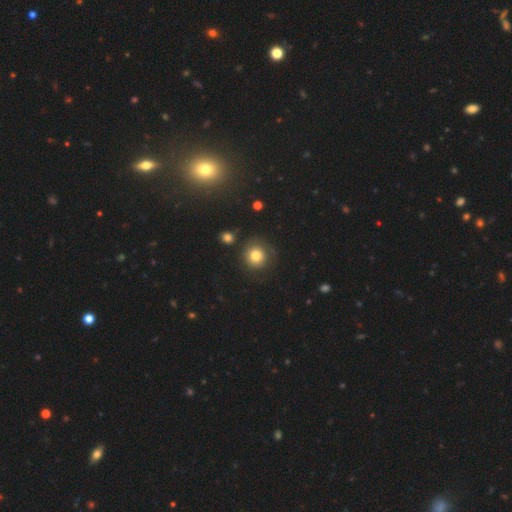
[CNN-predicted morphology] A smooth galaxy with no disk features (77%) that is round (92%). Merging: none (78%).